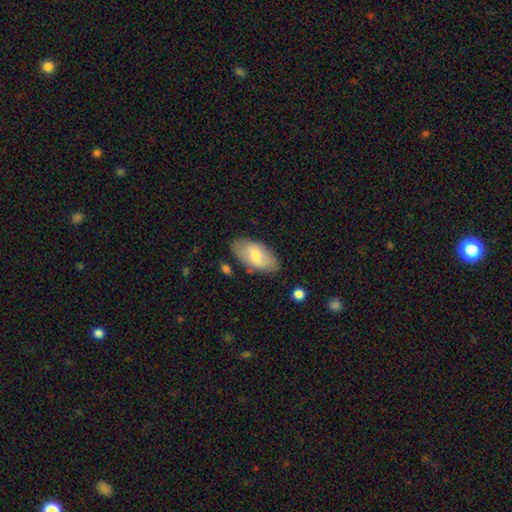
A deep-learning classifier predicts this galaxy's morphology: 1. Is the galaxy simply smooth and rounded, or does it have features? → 69% smooth, 26% featured or disk, 6% star or artifact.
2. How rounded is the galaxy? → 94% in between, 3% cigar-shaped, 3% round.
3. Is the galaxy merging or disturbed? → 75% none, 18% minor disturbance, 4% major disturbance, 3% merger.